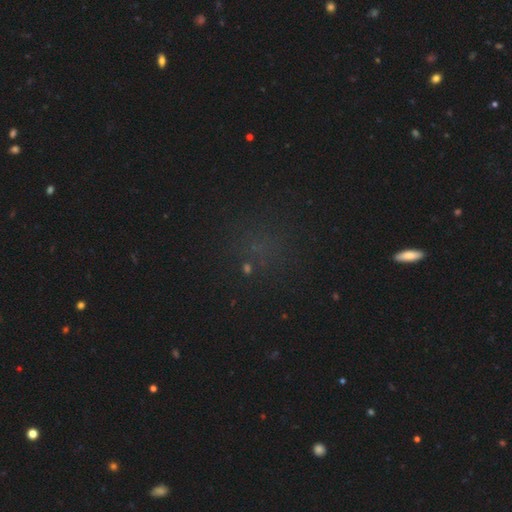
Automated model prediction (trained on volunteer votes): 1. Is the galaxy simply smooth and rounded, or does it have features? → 57% star or artifact, 33% smooth, 10% featured or disk.